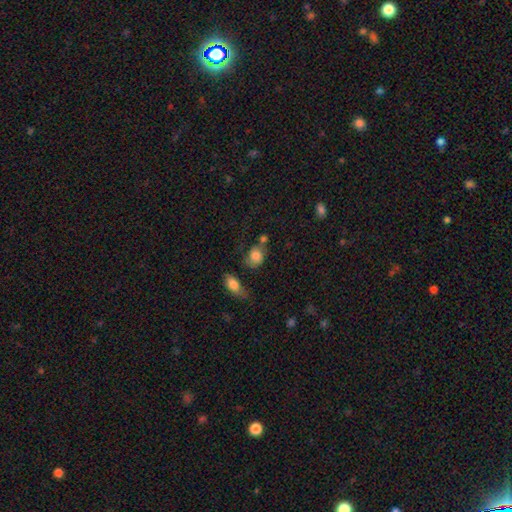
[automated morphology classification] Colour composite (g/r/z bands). It shows a smooth galaxy with no disk features (78%) that is round (50%). Merging: none (43%).